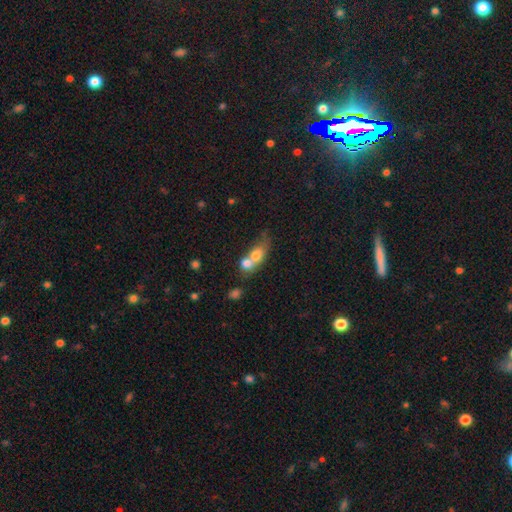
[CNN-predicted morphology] This appears to be a smooth galaxy with no disk features (69%) that is in between round and cigar-shaped (55%). Merging: merger (71%).